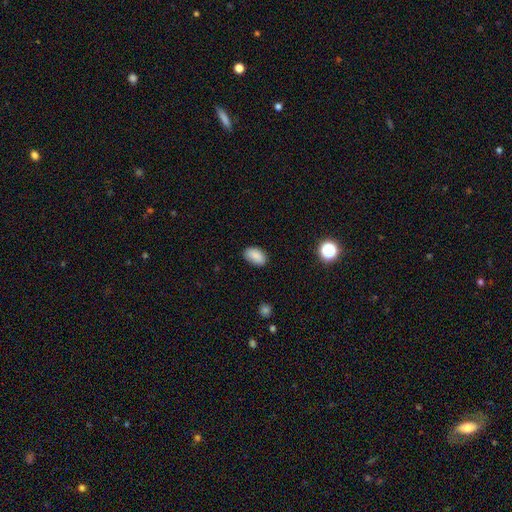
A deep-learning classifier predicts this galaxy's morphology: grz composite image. It shows a smooth galaxy with no disk features (87%) that is in between round and cigar-shaped (91%). Merging: none (82%).